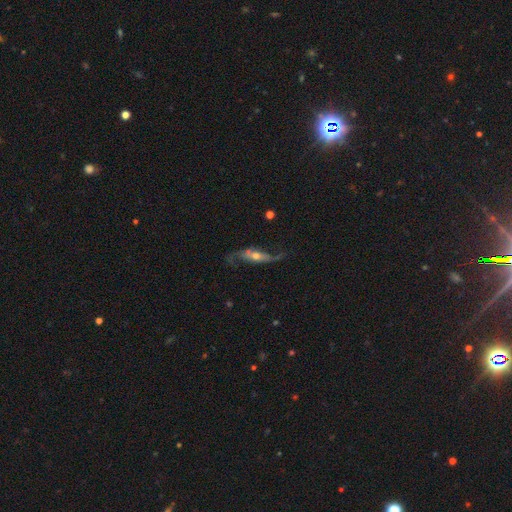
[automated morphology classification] type=featured or disk (78%); edge-on=no (78%); bar=no (55%); spiral arms=yes (88%); winding=loose (84%); arm count=2 (90%); bulge=moderate (60%); merging=none (55%).